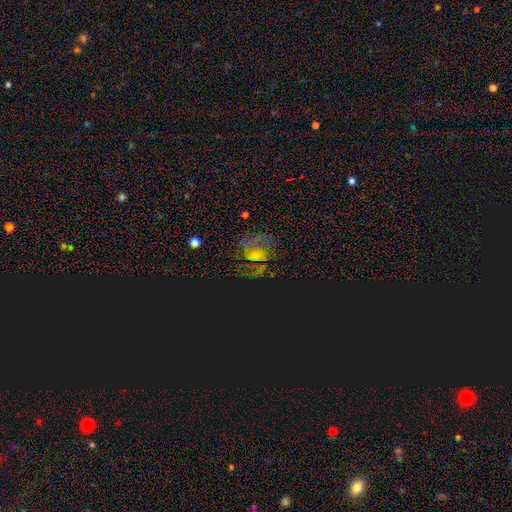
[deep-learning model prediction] Morphology: type=star or artifact (40%).